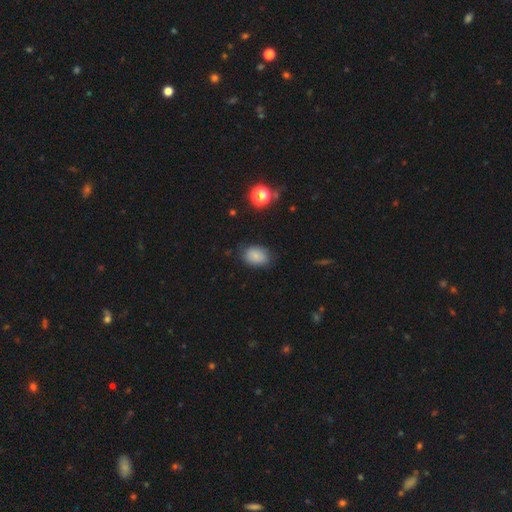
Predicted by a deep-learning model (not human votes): Smooth or featured? smooth (84%)
How rounded? in between (79%)
Merging? none (76%)